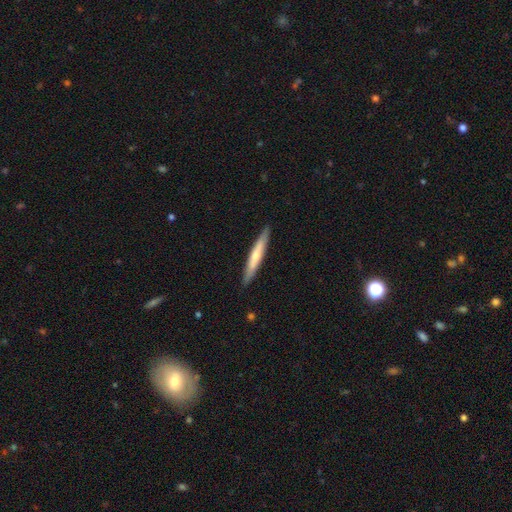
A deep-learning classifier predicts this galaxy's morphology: smooth 53%, featured or disk 42%, star or artifact 5%. Down the decision tree: how rounded — cigar-shaped (95%); merging — none (90%).